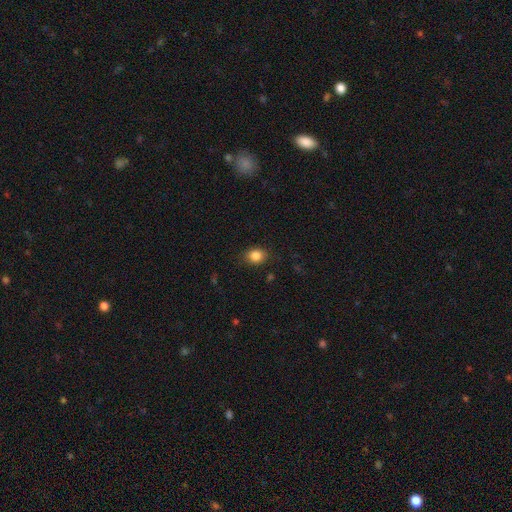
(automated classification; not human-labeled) Q: Smooth or featured?
A: smooth (85%); runner-up: star or artifact (10%)
Q: How rounded?
A: round (51%); runner-up: in between (48%)
Q: Merging?
A: none (84%); runner-up: minor disturbance (12%)